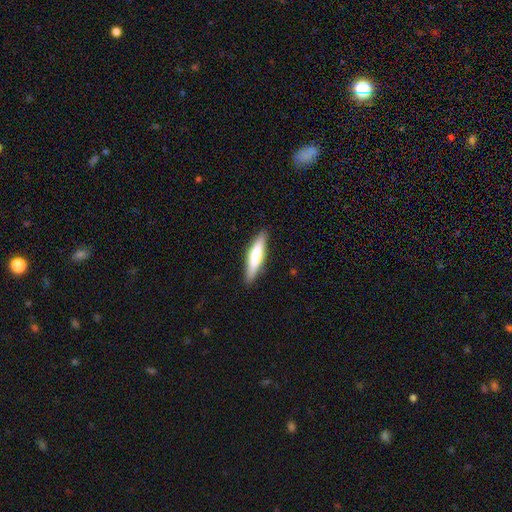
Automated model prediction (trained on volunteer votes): Q: Smooth or featured?
A: smooth (69%); runner-up: featured or disk (26%)
Q: How rounded?
A: cigar-shaped (80%); runner-up: in between (19%)
Q: Merging?
A: none (88%); runner-up: minor disturbance (9%)